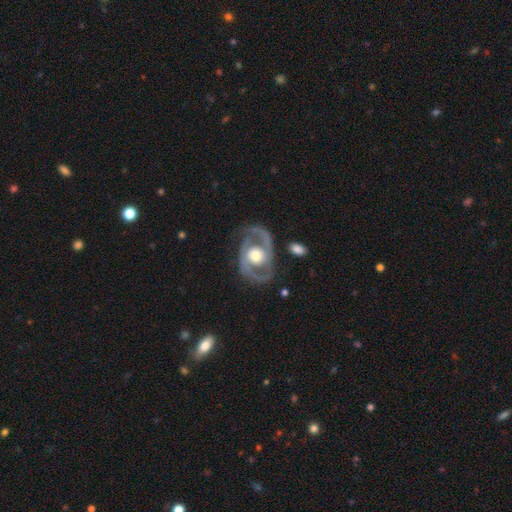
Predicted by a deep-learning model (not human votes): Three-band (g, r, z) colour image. It shows a featured or disk galaxy (85%) with no bar (66%), 2 (89%) medium (53%) spiral arms (82%) and a moderate central bulge (65%). Merging: none (74%).